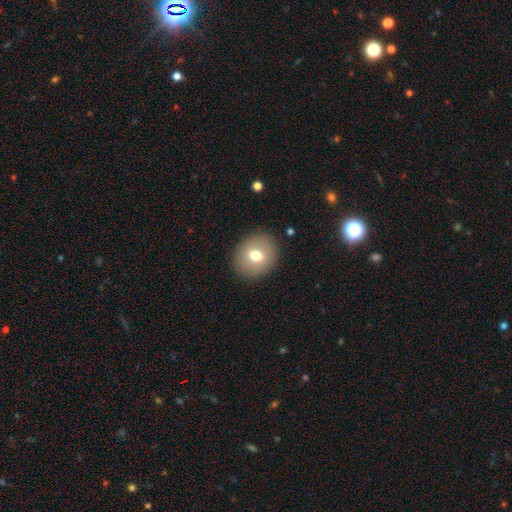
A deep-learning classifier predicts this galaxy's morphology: smooth 71%, featured or disk 19%, star or artifact 9%. Down the decision tree: how rounded — round (75%); merging — none (88%).